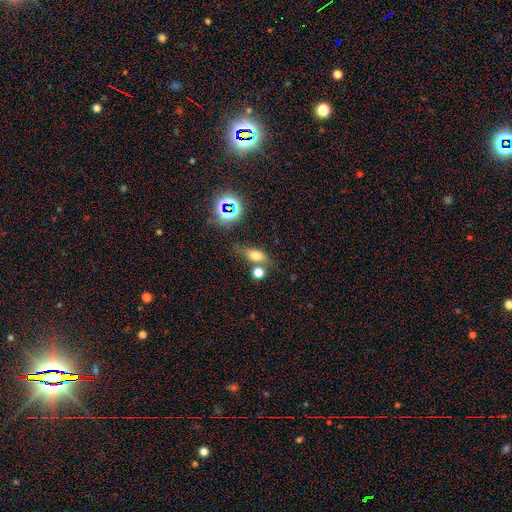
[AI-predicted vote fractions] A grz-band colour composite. It shows a smooth galaxy with no disk features (67%) that is in between round and cigar-shaped (70%). Merging: none (62%).